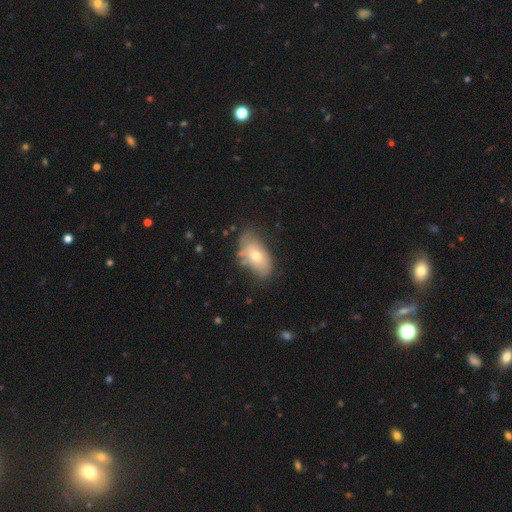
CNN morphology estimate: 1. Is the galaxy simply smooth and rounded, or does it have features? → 60% smooth, 32% featured or disk, 8% star or artifact.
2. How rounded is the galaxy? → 91% in between, 6% round, 3% cigar-shaped.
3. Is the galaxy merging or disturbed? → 58% none, 31% minor disturbance, 8% major disturbance, 3% merger.